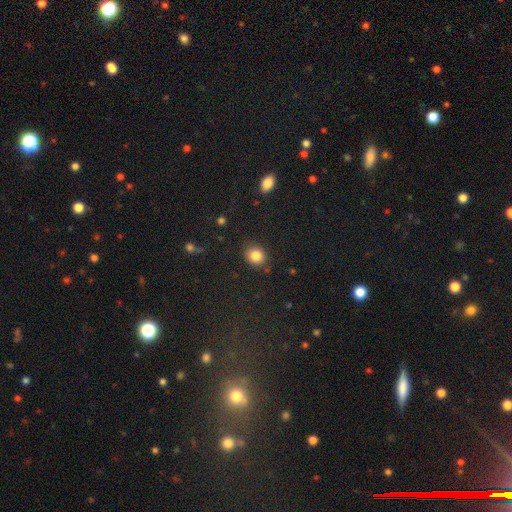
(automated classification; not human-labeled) Smooth or featured? smooth (83%)
How rounded? round (72%)
Merging? none (84%)